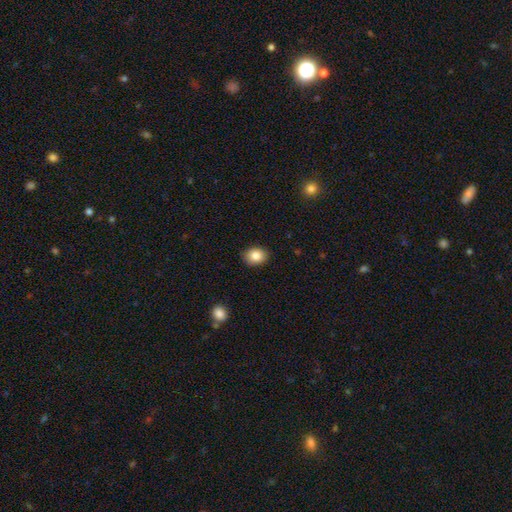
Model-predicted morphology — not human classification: Smooth or featured? smooth (85%)
How rounded? round (54%)
Merging? none (89%)